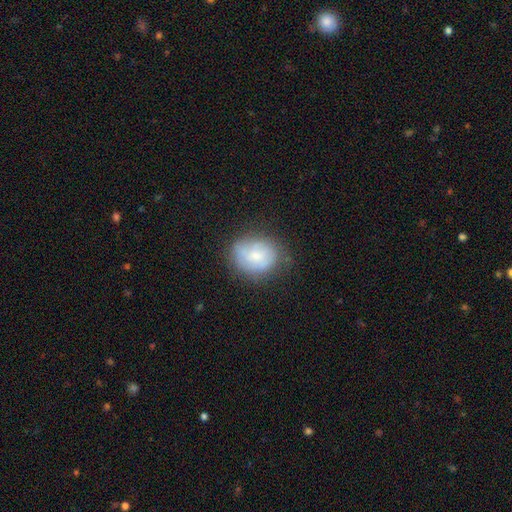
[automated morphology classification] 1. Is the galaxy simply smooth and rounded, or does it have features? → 58% smooth, 33% featured or disk, 9% star or artifact.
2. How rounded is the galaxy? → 51% round, 48% in between, 1% cigar-shaped.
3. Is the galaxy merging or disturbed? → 62% none, 27% minor disturbance, 9% major disturbance, 2% merger.